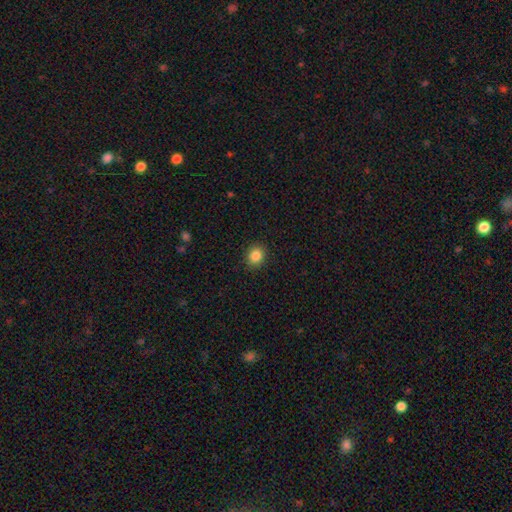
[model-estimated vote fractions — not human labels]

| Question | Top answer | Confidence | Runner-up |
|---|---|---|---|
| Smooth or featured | smooth | 86% | star or artifact (10%) |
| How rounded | round | 75% | in between (24%) |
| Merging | none | 90% | minor disturbance (7%) |